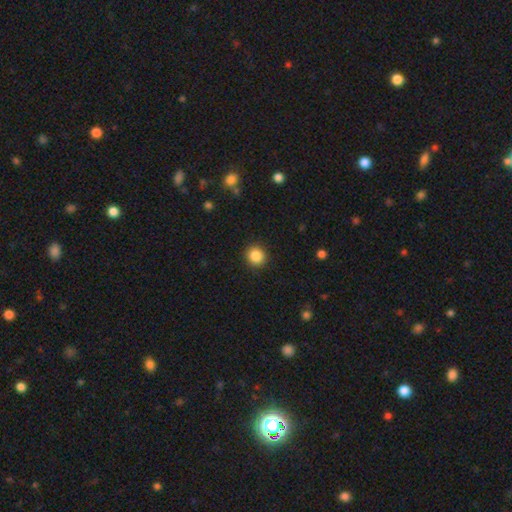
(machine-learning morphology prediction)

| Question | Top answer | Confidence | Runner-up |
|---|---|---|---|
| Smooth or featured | smooth | 86% | star or artifact (10%) |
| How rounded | round | 90% | in between (9%) |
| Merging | none | 91% | minor disturbance (6%) |